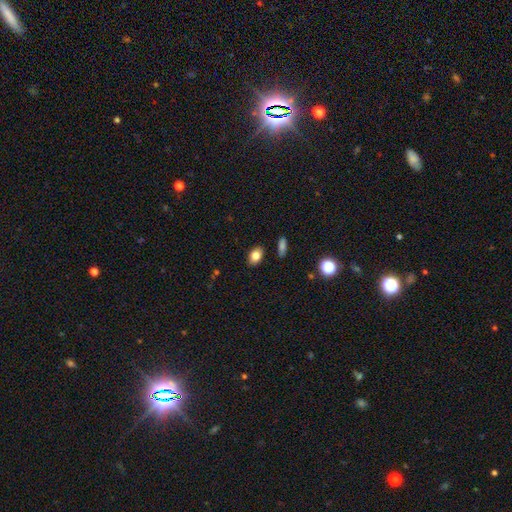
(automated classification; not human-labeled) Morphology: type=smooth (81%); roundness=in between (84%); merging=none (86%).